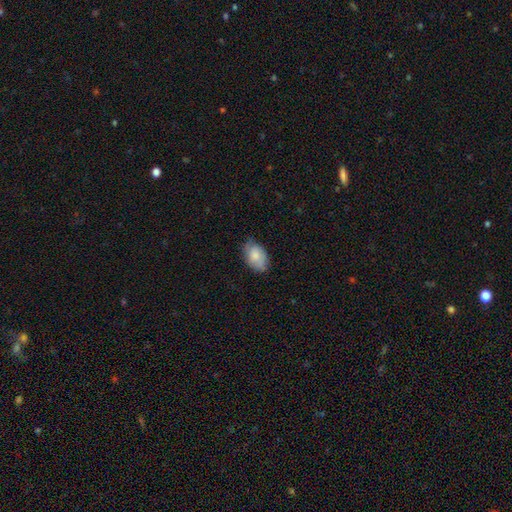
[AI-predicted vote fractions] smooth-or-featured: smooth: 79% | featured or disk: 15% | star or artifact: 6%
  how-rounded: in between: 90% | round: 9% | cigar-shaped: 1%
  merging: none: 68% | minor disturbance: 27% | major disturbance: 5% | merger: 1%